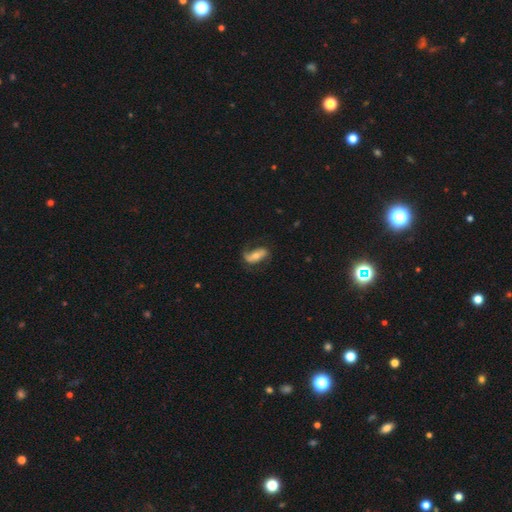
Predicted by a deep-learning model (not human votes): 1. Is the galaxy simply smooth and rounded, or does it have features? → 56% featured or disk, 37% smooth, 7% star or artifact.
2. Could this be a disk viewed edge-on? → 88% no, 12% yes.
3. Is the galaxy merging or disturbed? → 62% none, 22% minor disturbance, 14% major disturbance, 2% merger.